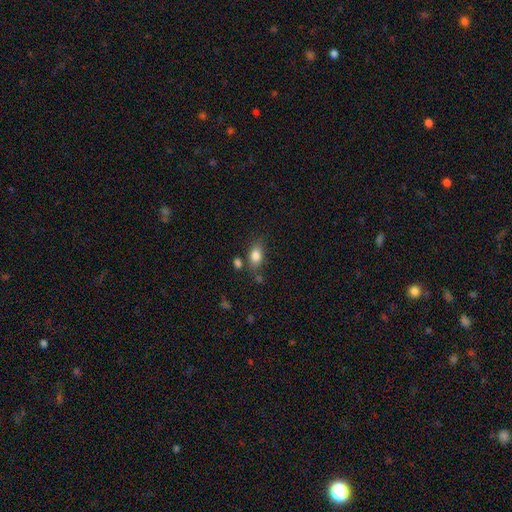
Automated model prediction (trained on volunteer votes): smooth 82%, featured or disk 9%, star or artifact 9%. Down the decision tree: how rounded — in between (82%); merging — none (70%).